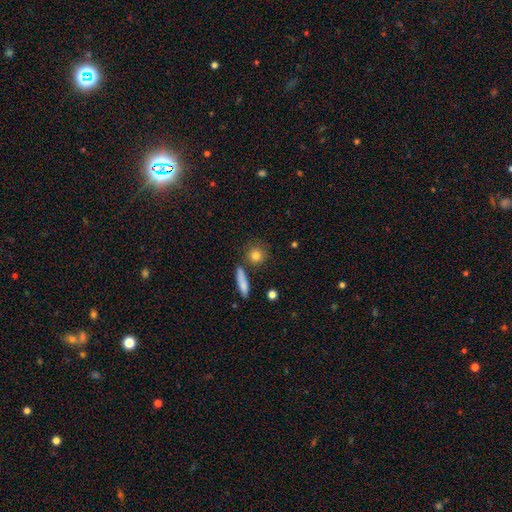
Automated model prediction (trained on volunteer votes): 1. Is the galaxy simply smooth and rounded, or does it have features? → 81% smooth, 10% featured or disk, 9% star or artifact.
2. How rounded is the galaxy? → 83% round, 12% in between, 5% cigar-shaped.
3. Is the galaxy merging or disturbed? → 76% none, 11% minor disturbance, 9% merger, 3% major disturbance.